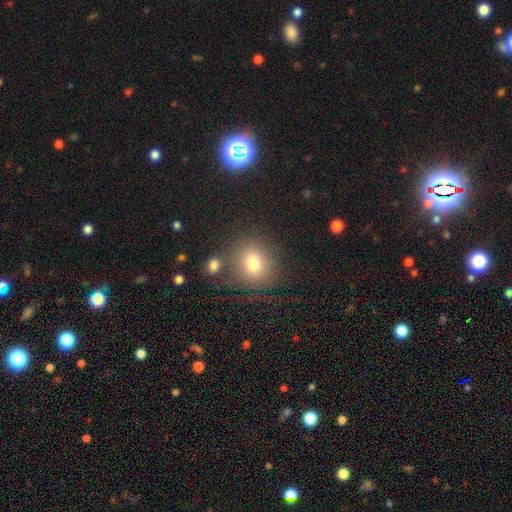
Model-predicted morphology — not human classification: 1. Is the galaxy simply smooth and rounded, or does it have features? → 54% smooth, 38% star or artifact, 7% featured or disk.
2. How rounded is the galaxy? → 87% round, 11% in between, 1% cigar-shaped.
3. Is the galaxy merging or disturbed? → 87% none, 6% minor disturbance, 4% merger, 3% major disturbance.